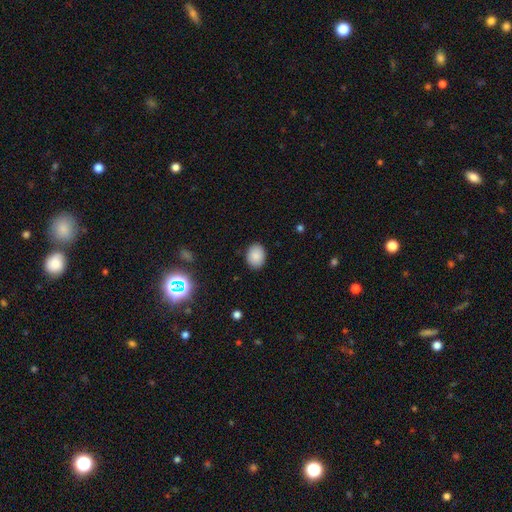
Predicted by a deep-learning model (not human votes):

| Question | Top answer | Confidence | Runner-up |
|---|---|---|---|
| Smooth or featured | smooth | 87% | star or artifact (9%) |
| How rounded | in between | 60% | round (39%) |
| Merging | none | 88% | minor disturbance (9%) |